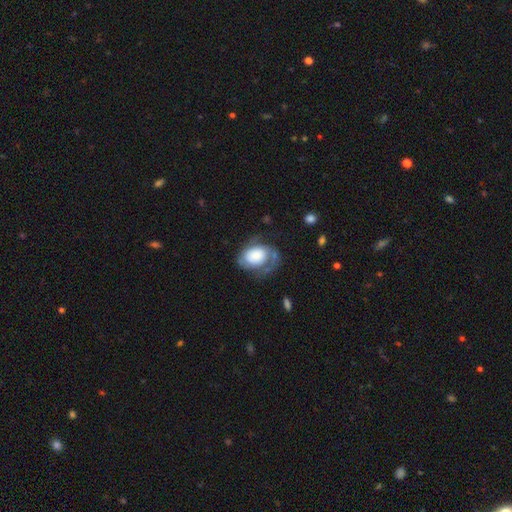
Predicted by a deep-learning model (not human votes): Smooth or featured? featured or disk (54%)
Edge-on disk? no (97%)
Bar? no (79%)
Spiral arms? yes (78%)
Bulge size? large (42%)
Merging? none (42%)